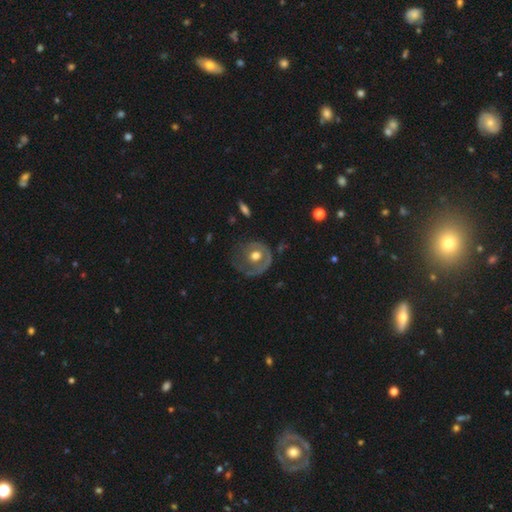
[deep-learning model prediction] A featured or disk galaxy (57%) with no bar (83%), no spiral arms (53%) and a moderate central bulge (71%). Merging: none (52%).